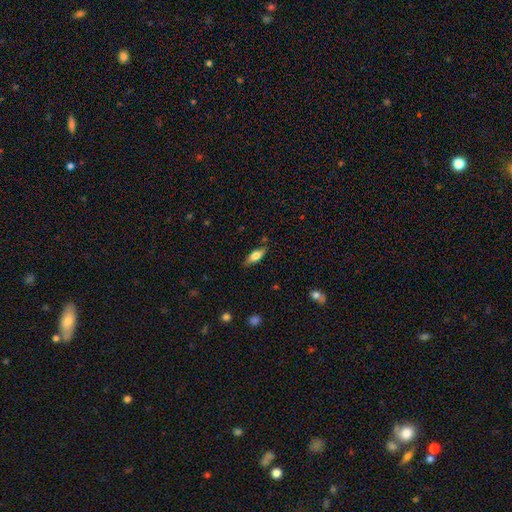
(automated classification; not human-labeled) smooth_or_featured: smooth (p=0.71) [alt: featured or disk p=0.23]
how_rounded: in between (p=0.71) [alt: cigar-shaped p=0.27]
merging: none (p=0.82) [alt: minor disturbance p=0.13]